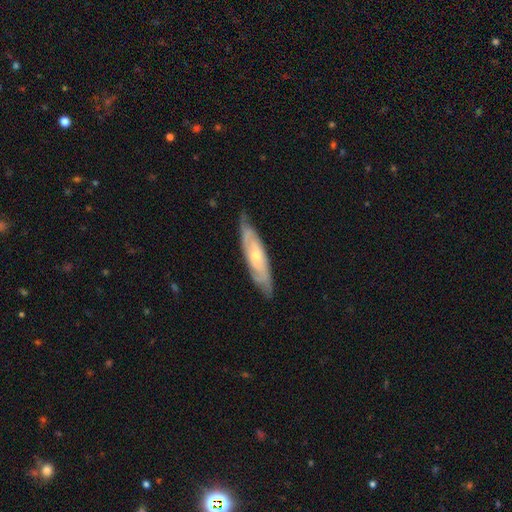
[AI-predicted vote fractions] Smooth or featured? Predicted: featured or disk (p=0.73). Edge-on disk? Predicted: no (p=0.67). Merging? Predicted: none (p=0.78).